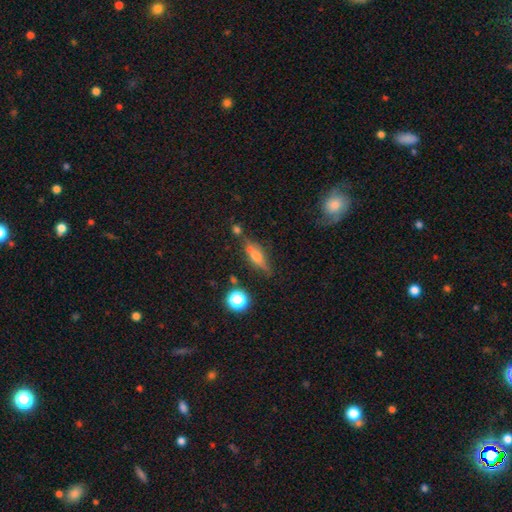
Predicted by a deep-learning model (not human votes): This appears to be a featured or disk galaxy (50%) viewed edge-on (83%). Merging: none (66%).